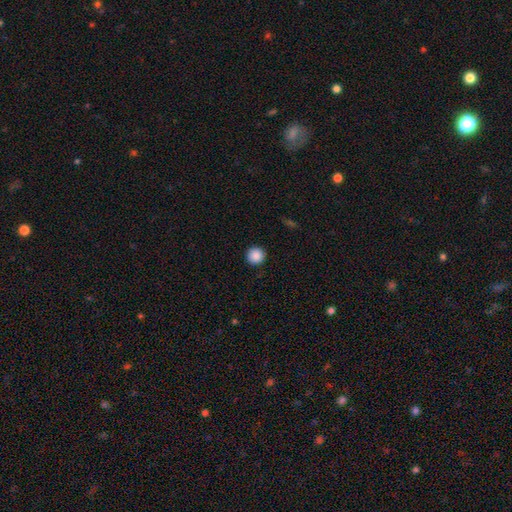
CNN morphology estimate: The model was most divided on "smooth or featured": smooth: 89%, star or artifact: 9%, featured or disk: 3%. More confident: how rounded — round (95%); merging — none (93%).